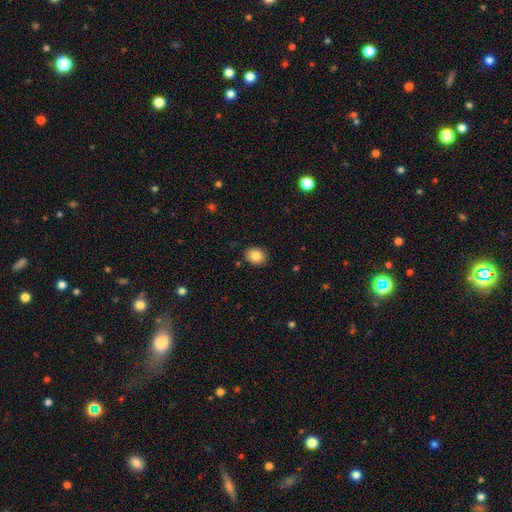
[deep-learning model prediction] smooth_or_featured: smooth (p=0.84) [alt: star or artifact p=0.09]
how_rounded: round (p=0.54) [alt: in between p=0.45]
merging: none (p=0.89) [alt: minor disturbance p=0.08]